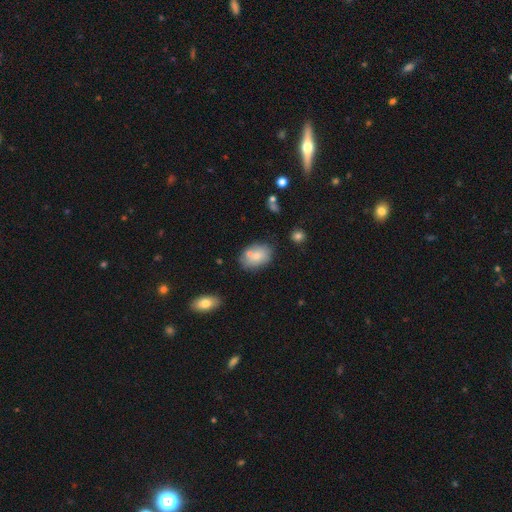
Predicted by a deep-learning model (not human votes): A smooth galaxy with no disk features (74%) that is in between round and cigar-shaped (81%). Merging: none (62%).